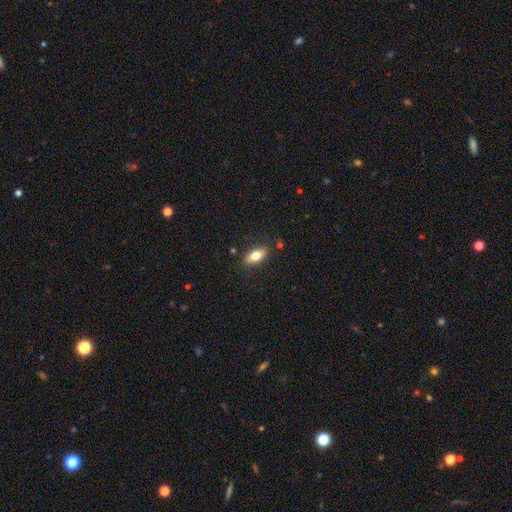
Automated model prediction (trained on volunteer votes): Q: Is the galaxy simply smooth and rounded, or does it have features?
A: smooth — 74%.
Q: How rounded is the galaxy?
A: in between — 82%.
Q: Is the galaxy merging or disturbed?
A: none — 84%.